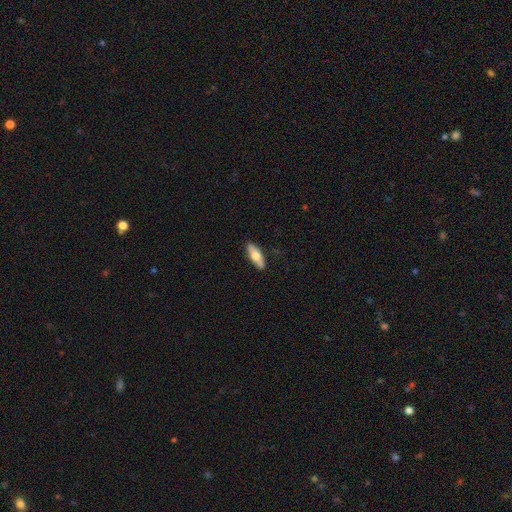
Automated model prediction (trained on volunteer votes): Smooth or featured?
  - smooth: 61% *
  - featured or disk: 33%
  - star or artifact: 5%
How rounded?
  - in between: 55% *
  - cigar-shaped: 43%
  - round: 2%
Merging?
  - none: 88% *
  - minor disturbance: 9%
  - major disturbance: 2%
  - merger: 1%